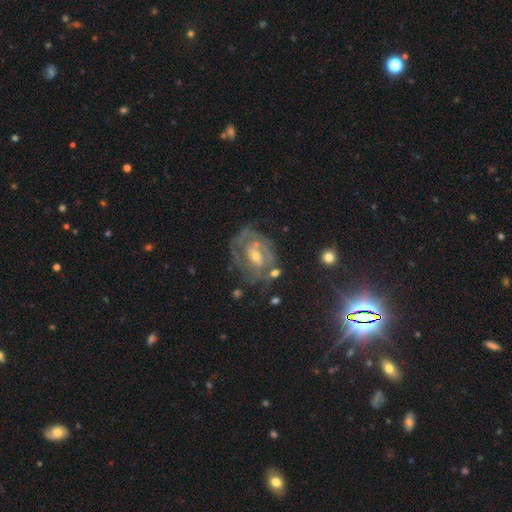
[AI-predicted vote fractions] Smooth or featured? featured or disk (79%)
Edge-on disk? no (96%)
Bar? no (47%)
Spiral arms? yes (79%)
Spiral winding? tight (58%)
Spiral arm count? can't tell (44%)
Bulge size? small (55%)
Merging? none (59%)